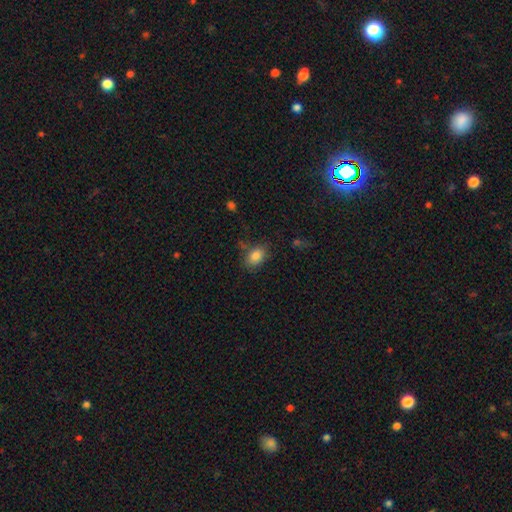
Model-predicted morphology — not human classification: This is clearly a smooth galaxy (84%). How rounded: likely in between (78%). Merging: likely none (74%).